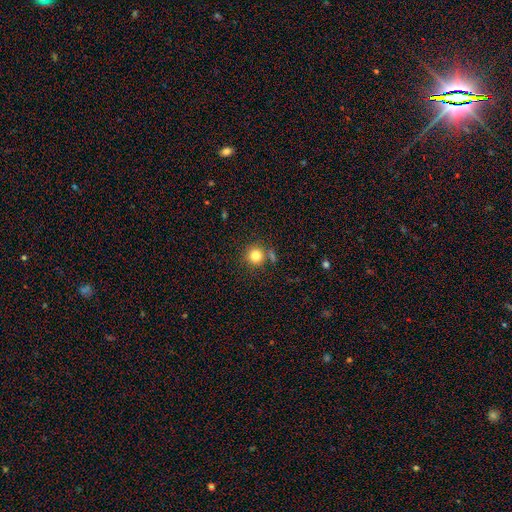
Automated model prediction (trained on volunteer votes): Smooth or featured?
  - smooth: 81% *
  - star or artifact: 12%
  - featured or disk: 7%
How rounded?
  - round: 94% *
  - in between: 5%
  - cigar-shaped: 1%
Merging?
  - none: 76% *
  - merger: 11%
  - minor disturbance: 9%
  - major disturbance: 3%